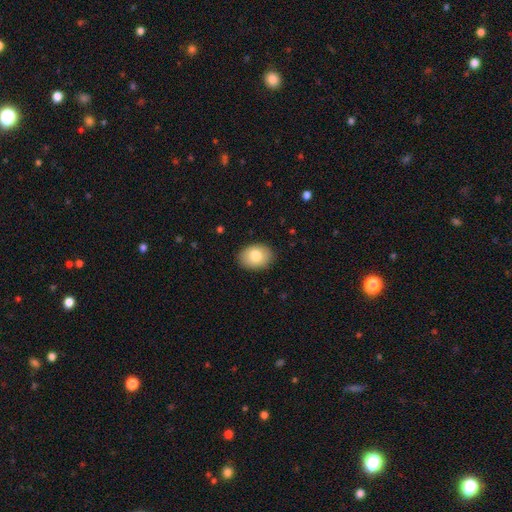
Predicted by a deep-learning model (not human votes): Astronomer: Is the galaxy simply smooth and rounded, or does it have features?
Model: smooth — 81%.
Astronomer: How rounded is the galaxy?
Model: in between — 73%.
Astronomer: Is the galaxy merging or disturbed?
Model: none — 88%.